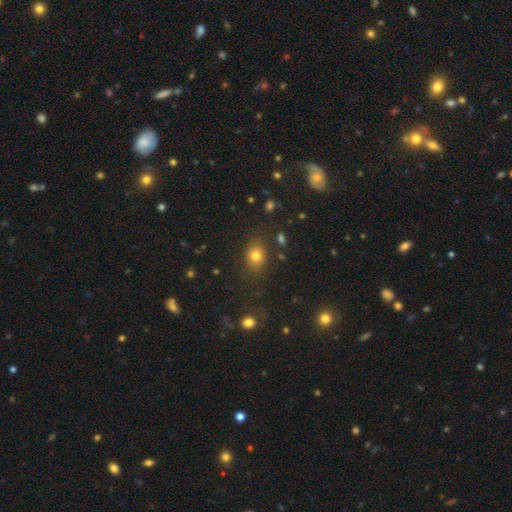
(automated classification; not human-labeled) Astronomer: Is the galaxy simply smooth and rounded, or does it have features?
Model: smooth — 76%.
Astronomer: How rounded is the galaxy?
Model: in between — 54% (runner-up: round, 45%).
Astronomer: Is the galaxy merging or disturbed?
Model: none — 80%.